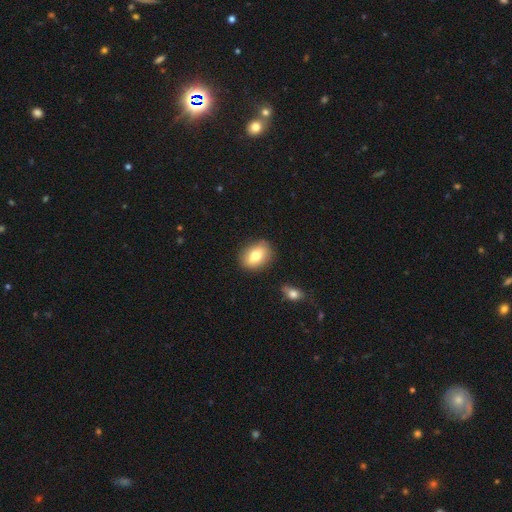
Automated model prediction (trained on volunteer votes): Smooth or featured? Predicted: smooth (p=0.75). How rounded? Predicted: in between (p=0.70). Merging? Predicted: none (p=0.84).